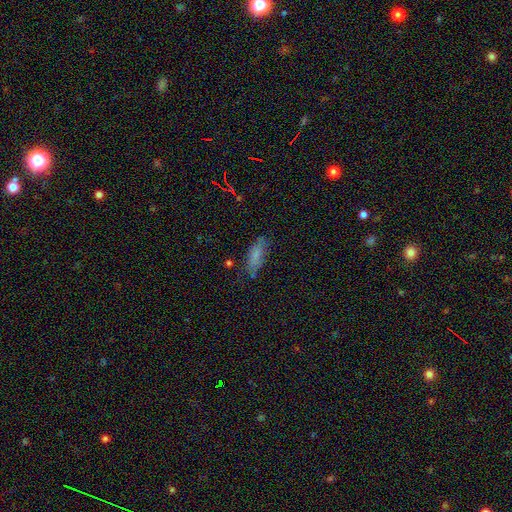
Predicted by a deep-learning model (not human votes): Smooth or featured? smooth (73%)
How rounded? in between (65%)
Merging? none (65%)